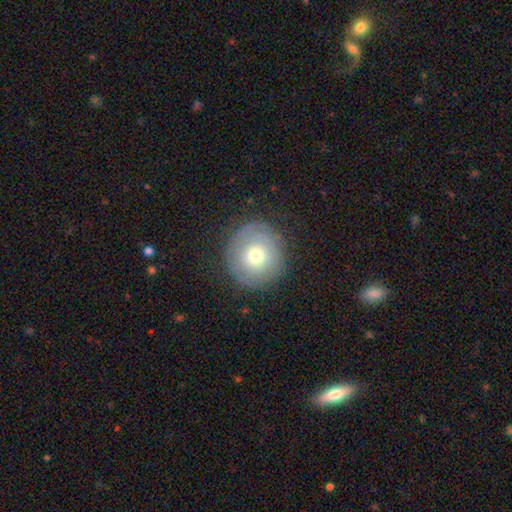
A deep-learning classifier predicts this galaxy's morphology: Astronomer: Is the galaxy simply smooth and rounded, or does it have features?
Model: smooth — 56% (runner-up: featured or disk, 34%).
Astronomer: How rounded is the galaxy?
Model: round — 93%.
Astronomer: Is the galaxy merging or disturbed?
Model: none — 82%.